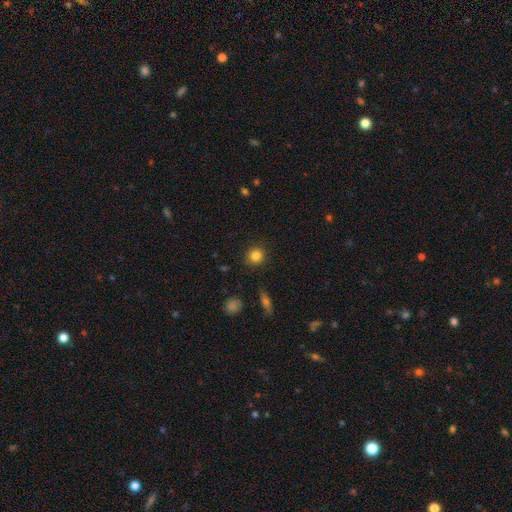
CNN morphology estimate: Smooth or featured: smooth — 83% (star or artifact — 11%)
How rounded: round — 92% (in between — 7%)
Merging: none — 91% (minor disturbance — 6%)